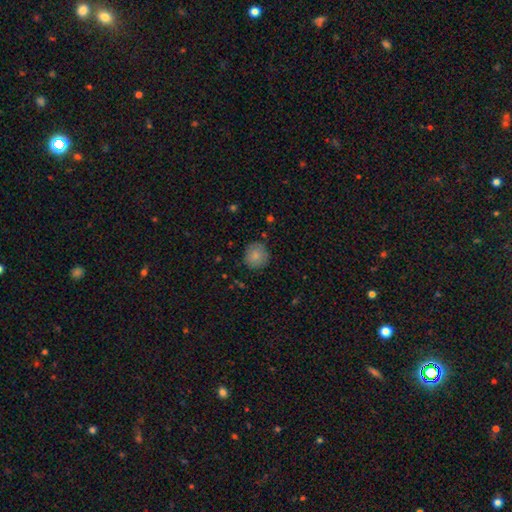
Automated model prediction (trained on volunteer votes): A smooth galaxy with no disk features (83%) that is round (90%).

Vote fractions:
- Smooth or featured? smooth: 83% / featured or disk: 9% / star or artifact: 8%
- How rounded? round: 90% / in between: 9% / cigar-shaped: 1%
- Merging? none: 82% / minor disturbance: 13% / major disturbance: 3% / merger: 1%